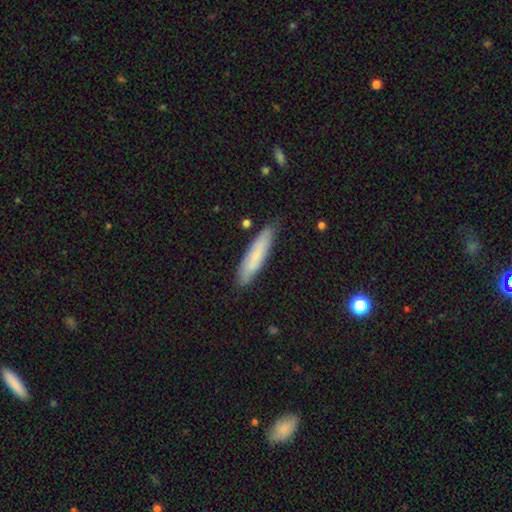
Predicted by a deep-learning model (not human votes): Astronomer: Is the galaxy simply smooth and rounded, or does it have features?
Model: smooth — 71%.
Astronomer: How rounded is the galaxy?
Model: cigar-shaped — 79%.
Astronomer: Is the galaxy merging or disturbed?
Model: none — 82%.